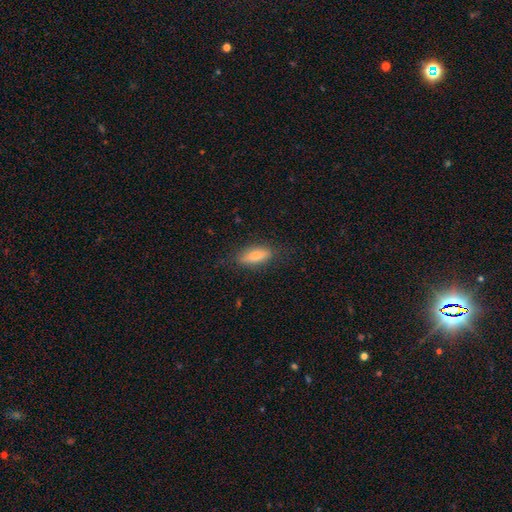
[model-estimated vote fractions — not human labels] smooth 71%, featured or disk 22%, star or artifact 7%. Down the decision tree: how rounded — in between (67%); merging — none (80%).